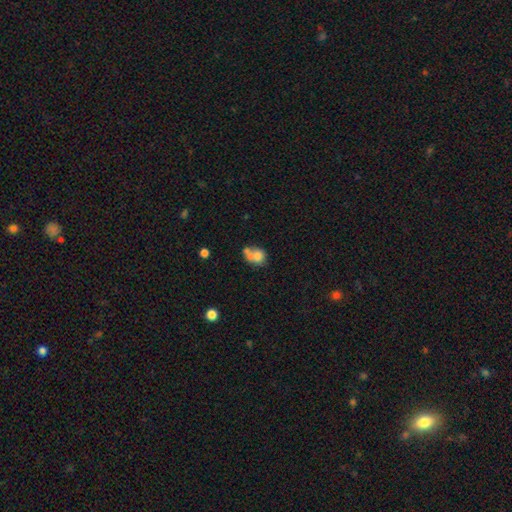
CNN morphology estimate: Smooth or featured: smooth — 67% (featured or disk — 22%)
How rounded: round — 57% (in between — 42%)
Merging: merger — 53% (none — 28%)